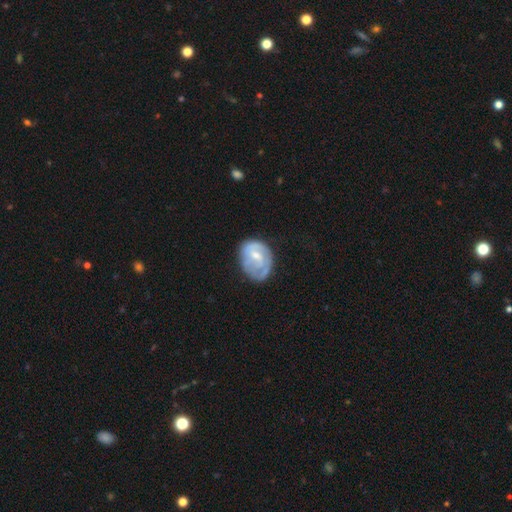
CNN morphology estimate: Q: Smooth or featured?
A: featured or disk (60%); runner-up: smooth (34%)
Q: Edge-on disk?
A: no (97%); runner-up: yes (3%)
Q: Bar?
A: weak (46%); runner-up: no (44%)
Q: Spiral arms?
A: yes (67%); runner-up: no (33%)
Q: Bulge size?
A: small (49%); runner-up: moderate (41%)
Q: Merging?
A: none (50%); runner-up: minor disturbance (32%)